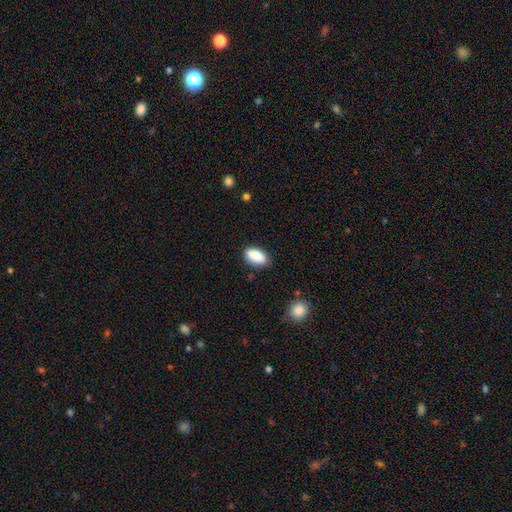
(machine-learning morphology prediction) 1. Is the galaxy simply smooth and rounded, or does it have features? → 88% smooth, 7% star or artifact, 5% featured or disk.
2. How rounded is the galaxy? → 92% in between, 5% round, 3% cigar-shaped.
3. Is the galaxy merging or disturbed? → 78% none, 17% minor disturbance, 3% major disturbance, 2% merger.